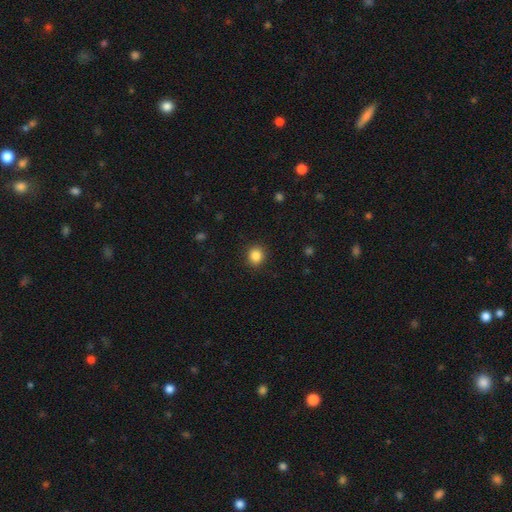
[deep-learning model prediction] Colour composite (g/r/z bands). It shows a smooth galaxy with no disk features (86%) that is round (80%). Merging: none (90%).